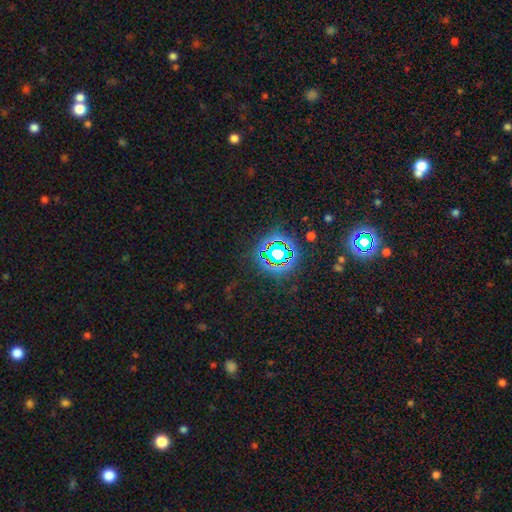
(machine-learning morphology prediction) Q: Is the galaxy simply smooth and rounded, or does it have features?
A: star or artifact — 82%.